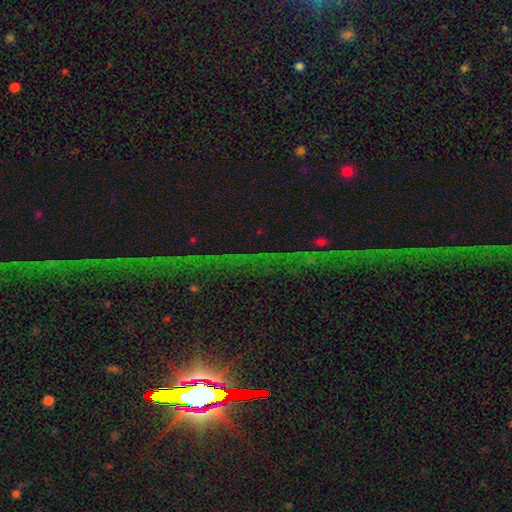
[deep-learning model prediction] smooth-or-featured: star or artifact: 77% | featured or disk: 12% | smooth: 11%